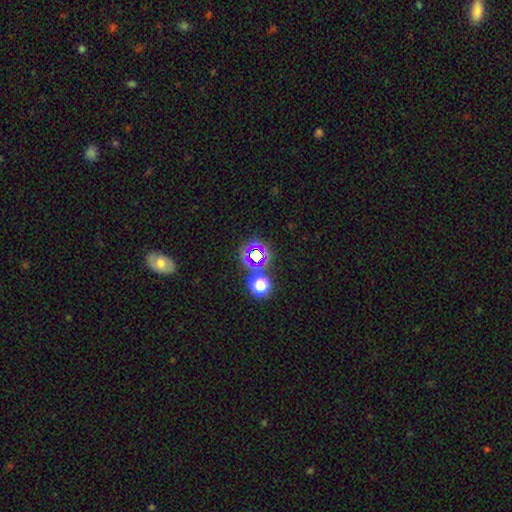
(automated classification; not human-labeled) Smooth or featured: star or artifact — 66% (smooth — 25%)